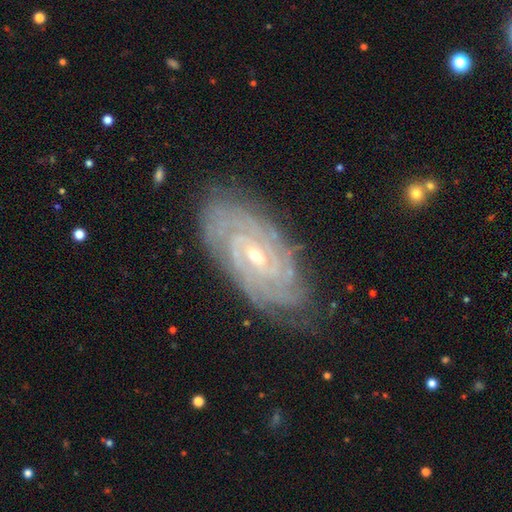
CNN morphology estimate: This is clearly a featured or disk galaxy (90%). It is clearly not viewed edge-on (95%). Bar: possibly weak (46%). Spiral arm pattern: clearly yes (98%). Spiral arm count: marginally can't tell (25%). Spiral winding: clearly tight (83%). Central bulge: likely small (67%). Merging: likely none (79%).